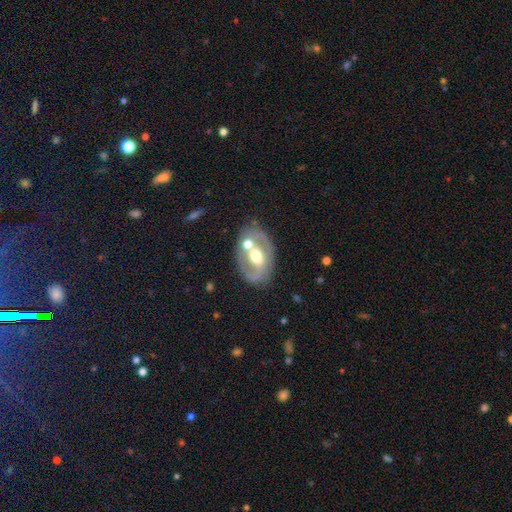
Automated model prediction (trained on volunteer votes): A featured or disk galaxy (68%) with no bar (48%), no spiral arms (58%) and a moderate central bulge (71%).

Vote fractions:
- Smooth or featured? featured or disk: 68% / smooth: 25% / star or artifact: 7%
- Edge-on disk? no: 93% / yes: 7%
- Bar? no: 48% / weak: 31% / strong: 21%
- Spiral arms? no: 58% / yes: 42%
- Bulge size? moderate: 71% / large: 16% / small: 10% / dominant: 2% / none: 1%
- Merging? none: 64% / minor disturbance: 16% / merger: 14% / major disturbance: 6%